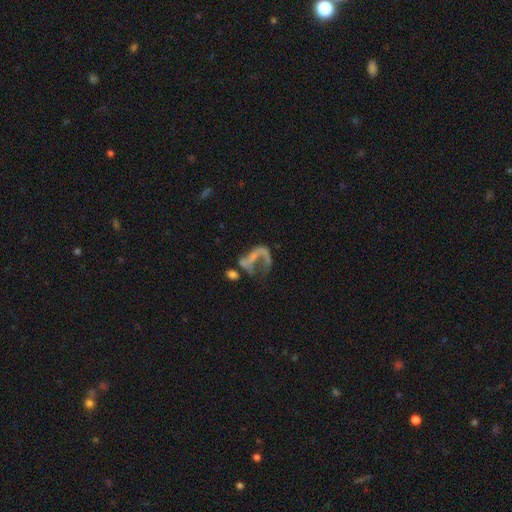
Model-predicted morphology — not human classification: type=featured or disk (64%); edge-on=no (97%); bar=no (64%); spiral arms=yes (52%); bulge=none (66%); merging=major disturbance (46%).